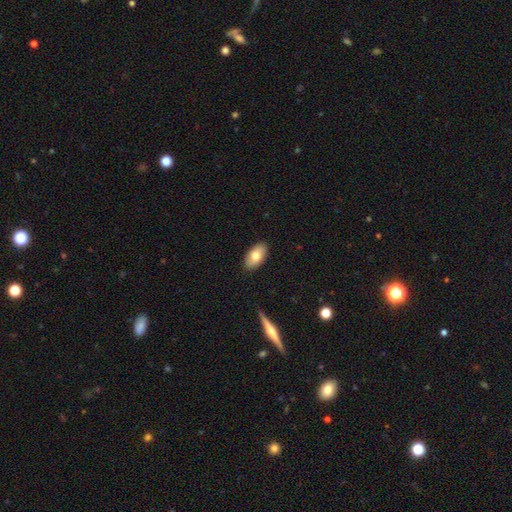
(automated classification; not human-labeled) Q: Smooth or featured?
A: smooth (75%); runner-up: featured or disk (19%)
Q: How rounded?
A: in between (94%); runner-up: round (4%)
Q: Merging?
A: none (88%); runner-up: minor disturbance (9%)